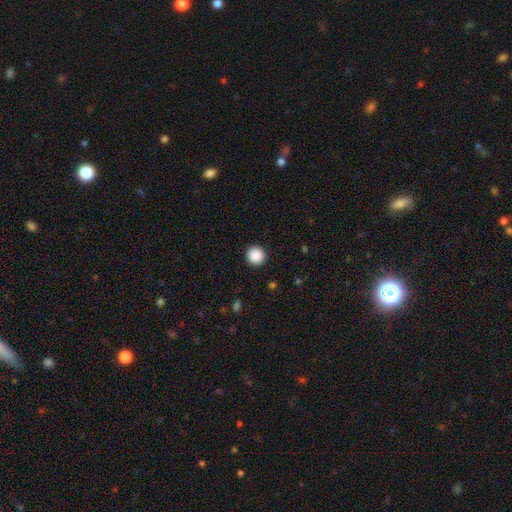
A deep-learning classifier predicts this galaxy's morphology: A smooth galaxy with no disk features (88%) that is round (95%). Merging: none (93%).